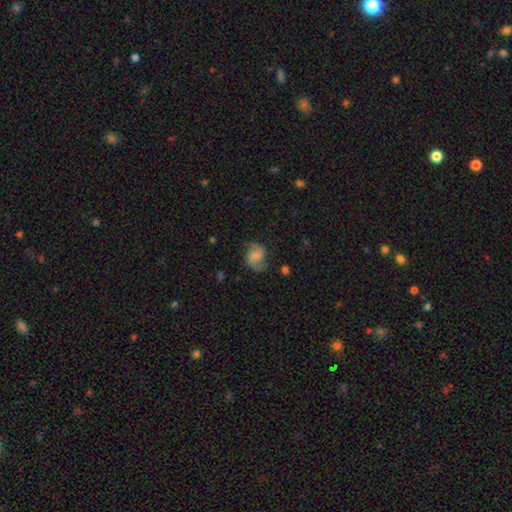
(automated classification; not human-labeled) This appears to be a featured or disk galaxy (55%) with a weak bar (46%), spiral arms (90%) and a small central bulge (39%). Merging: none (68%).